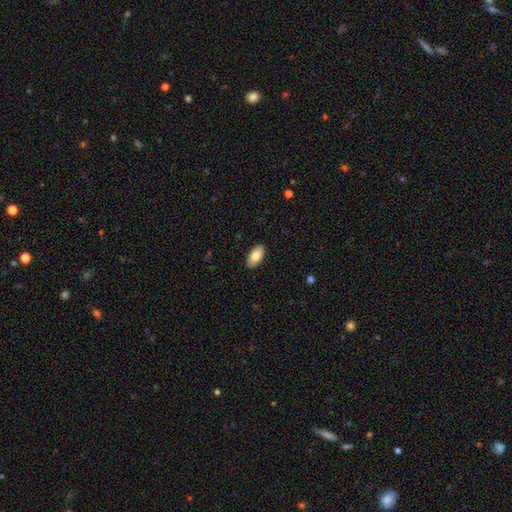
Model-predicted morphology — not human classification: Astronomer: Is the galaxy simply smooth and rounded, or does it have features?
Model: smooth — 82%.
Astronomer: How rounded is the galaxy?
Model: in between — 95%.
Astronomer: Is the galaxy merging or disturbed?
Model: none — 89%.